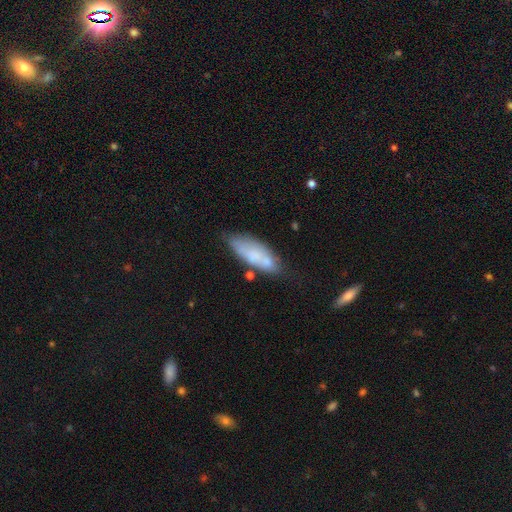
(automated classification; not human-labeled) Smooth or featured: smooth — 67% (featured or disk — 26%)
How rounded: in between — 67% (cigar-shaped — 31%)
Merging: none — 56% (minor disturbance — 26%)